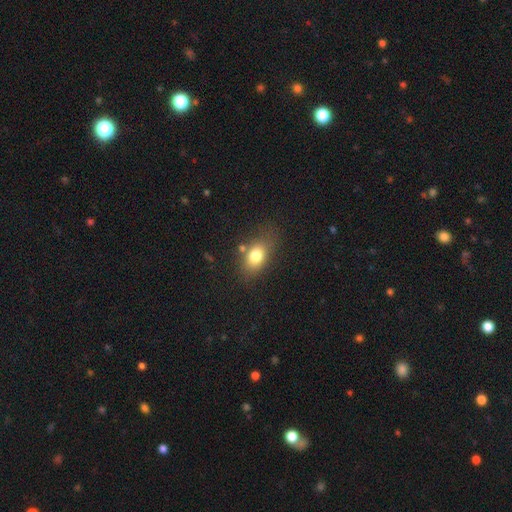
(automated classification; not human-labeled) This is likely a smooth galaxy (78%). How rounded: likely in between (76%). Merging: likely none (68%).